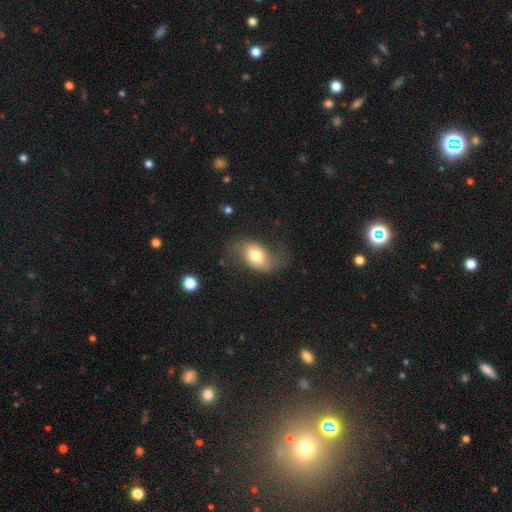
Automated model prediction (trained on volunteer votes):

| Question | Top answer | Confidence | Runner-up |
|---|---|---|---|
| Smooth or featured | smooth | 62% | featured or disk (31%) |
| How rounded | in between | 84% | round (14%) |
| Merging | none | 50% | minor disturbance (27%) |